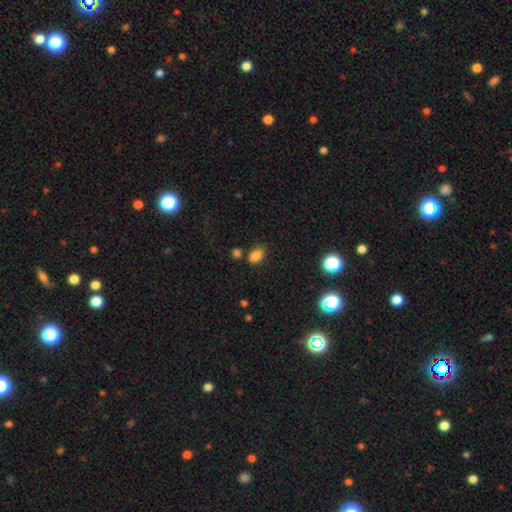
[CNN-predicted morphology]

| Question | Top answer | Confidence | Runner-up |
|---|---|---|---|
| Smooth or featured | smooth | 81% | star or artifact (13%) |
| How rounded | in between | 73% | round (26%) |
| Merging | none | 70% | minor disturbance (15%) |